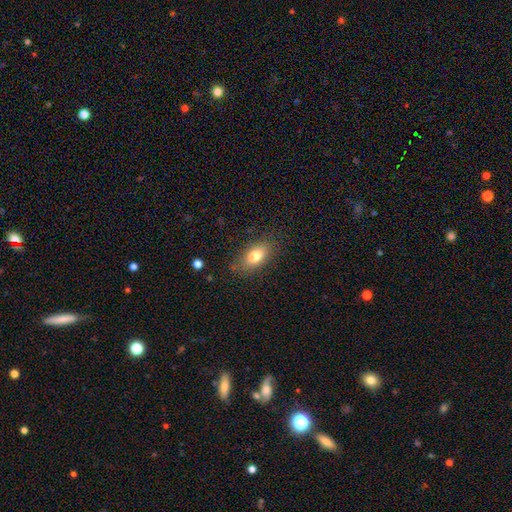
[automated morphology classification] The model was most divided on "merging": none: 80%, minor disturbance: 15%, major disturbance: 4%, merger: 1%. More confident: how rounded — in between (87%); smooth or featured — smooth (79%).